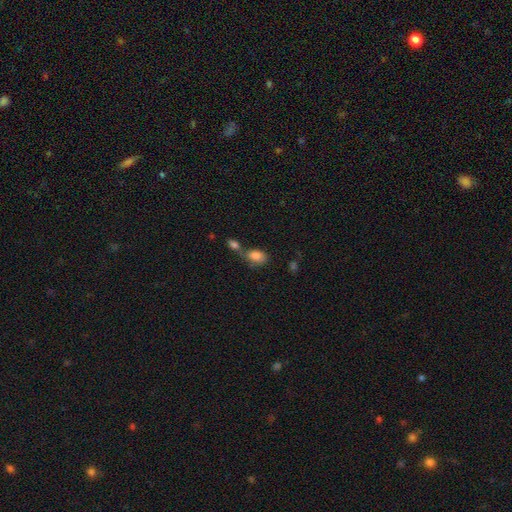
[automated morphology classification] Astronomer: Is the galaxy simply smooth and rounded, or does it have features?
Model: smooth — 83%.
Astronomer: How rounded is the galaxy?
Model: in between — 84%.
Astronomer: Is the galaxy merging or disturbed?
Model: merger — 49% (runner-up: none, 32%).